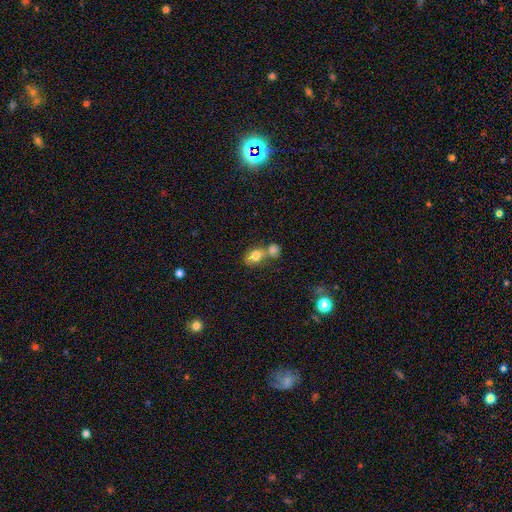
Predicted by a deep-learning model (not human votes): A smooth galaxy with no disk features (77%) that is in between round and cigar-shaped (74%). Merging: merger (53%).